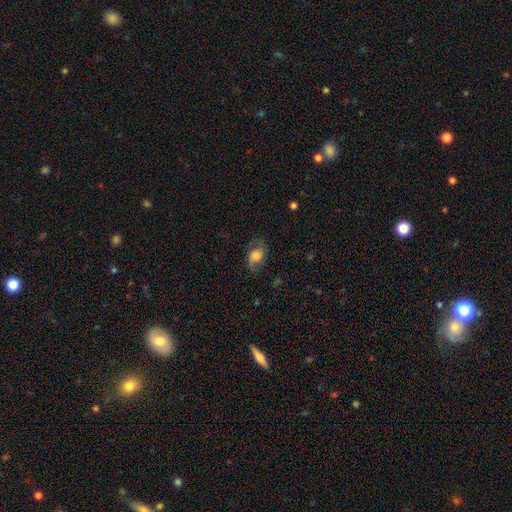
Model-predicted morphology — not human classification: A smooth galaxy with no disk features (50%) that is in between round and cigar-shaped (71%). Merging: none (60%).